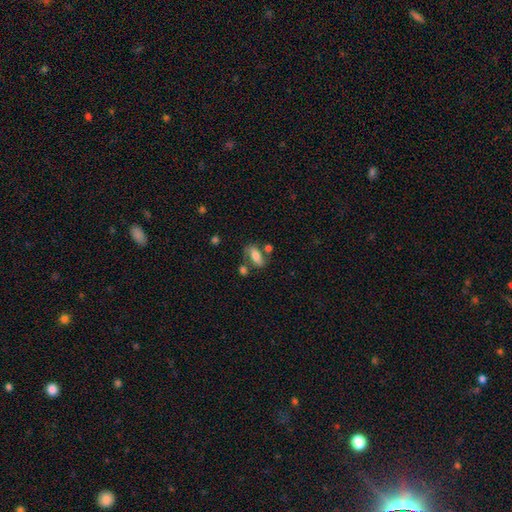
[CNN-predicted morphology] This appears to be a smooth galaxy with no disk features (63%) that is in between round and cigar-shaped (80%). Merging: none (56%).